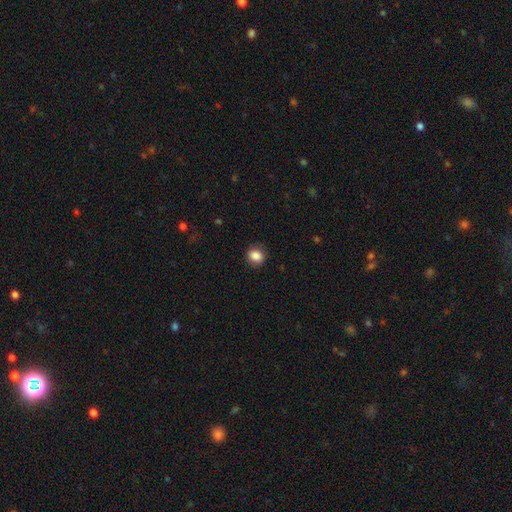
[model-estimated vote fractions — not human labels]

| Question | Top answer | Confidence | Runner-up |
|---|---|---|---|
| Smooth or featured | smooth | 86% | star or artifact (9%) |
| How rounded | round | 66% | in between (33%) |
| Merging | none | 86% | minor disturbance (10%) |